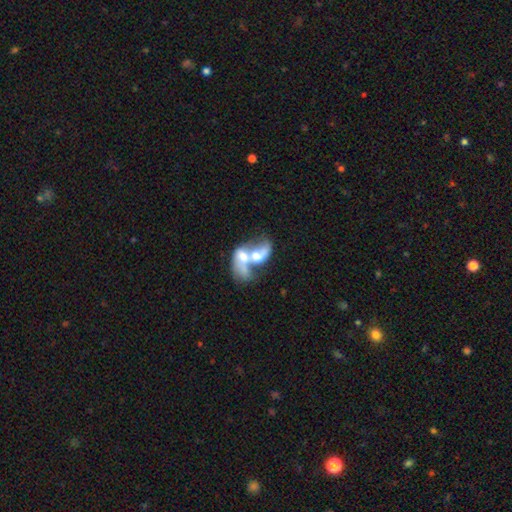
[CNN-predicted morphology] This appears to be a featured or disk galaxy (54%) with no bar (74%), no spiral arms (57%) and a moderate central bulge (47%). Merging: merger (81%).